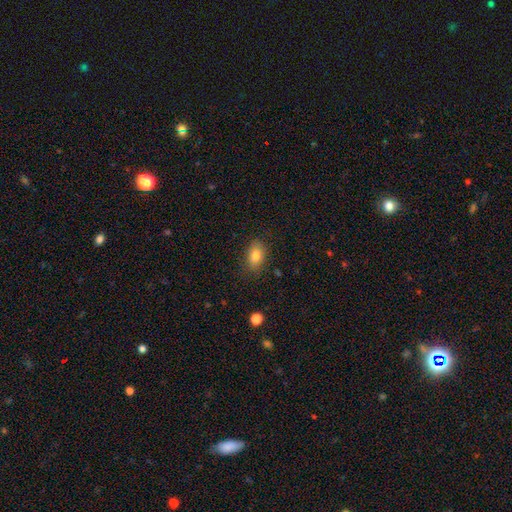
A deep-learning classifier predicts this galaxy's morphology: Smooth or featured: smooth — 81% (featured or disk — 10%)
How rounded: in between — 85% (round — 13%)
Merging: none — 82% (minor disturbance — 13%)